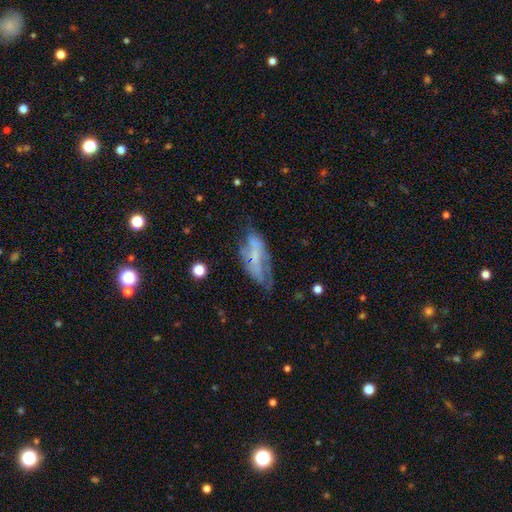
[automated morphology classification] smooth_or_featured: featured or disk (p=0.57) [alt: smooth p=0.33]
disk_edge_on: no (p=0.85) [alt: yes p=0.15]
merging: none (p=0.40) [alt: minor disturbance p=0.29]